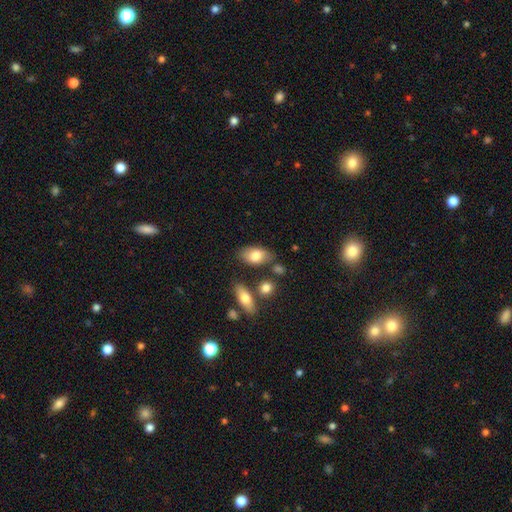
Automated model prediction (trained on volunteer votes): smooth-or-featured: smooth: 78% | featured or disk: 15% | star or artifact: 6%
  how-rounded: in between: 91% | round: 6% | cigar-shaped: 3%
  merging: none: 72% | minor disturbance: 16% | merger: 8% | major disturbance: 4%